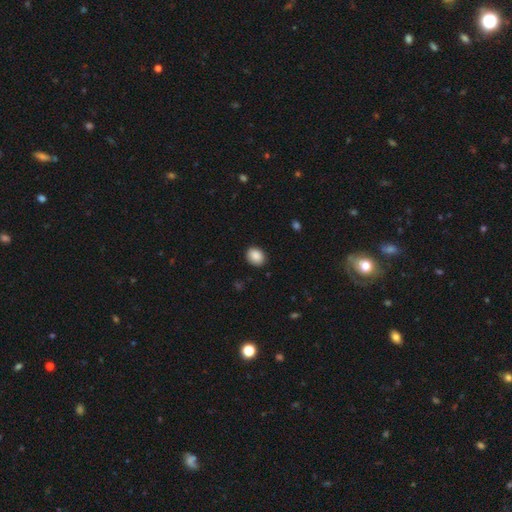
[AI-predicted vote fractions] The model was most divided on "how rounded": in between: 52%, round: 47%, cigar-shaped: 1%. More confident: smooth or featured — smooth (89%); merging — none (88%).